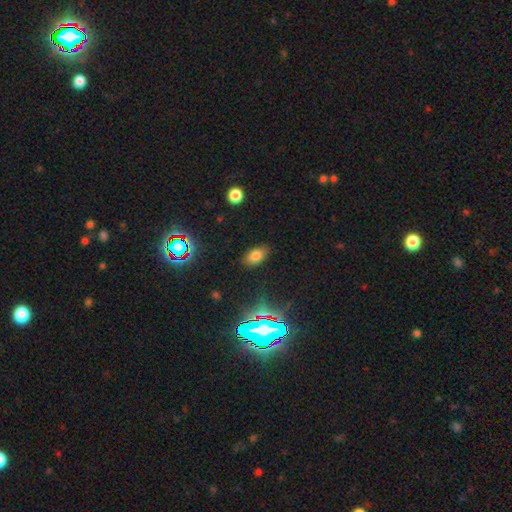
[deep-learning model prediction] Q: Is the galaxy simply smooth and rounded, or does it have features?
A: smooth — 74%.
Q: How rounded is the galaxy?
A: in between — 89%.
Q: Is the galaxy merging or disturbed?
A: none — 84%.